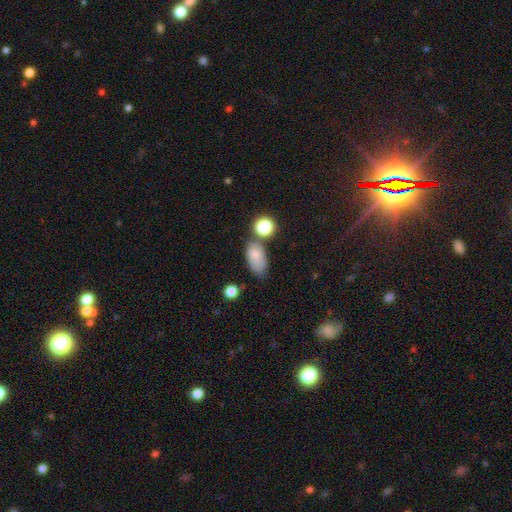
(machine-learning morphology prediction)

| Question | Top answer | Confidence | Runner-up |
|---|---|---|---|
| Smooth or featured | smooth | 79% | star or artifact (11%) |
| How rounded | in between | 89% | round (7%) |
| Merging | none | 56% | minor disturbance (23%) |